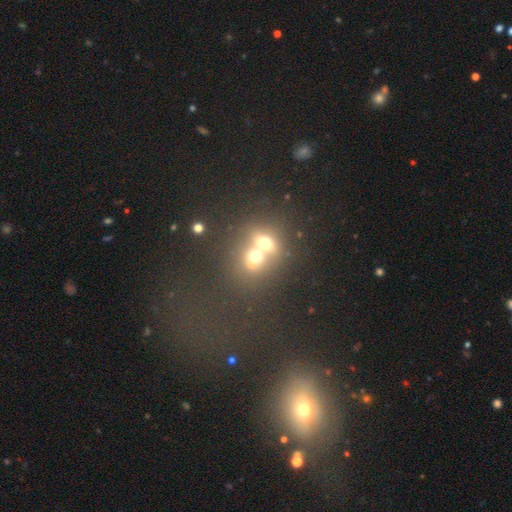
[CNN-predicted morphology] A smooth galaxy with no disk features (55%) that is round (59%).

Vote fractions:
- Smooth or featured? smooth: 55% / featured or disk: 24% / star or artifact: 21%
- How rounded? round: 59% / in between: 40% / cigar-shaped: 2%
- Merging? merger: 69% / none: 21% / minor disturbance: 5% / major disturbance: 4%